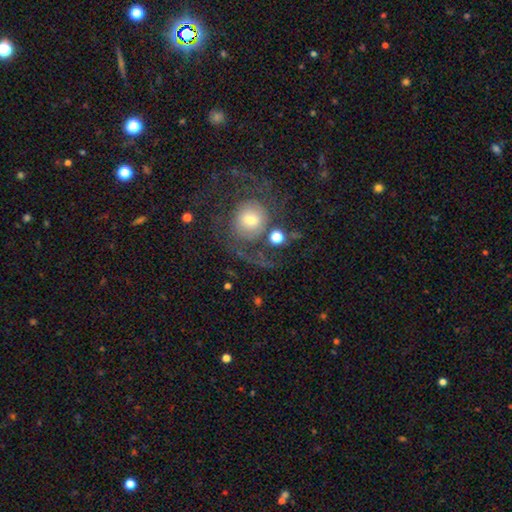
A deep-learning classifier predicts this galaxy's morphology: Overall: featured or disk (71%). Edge-on disk: no (98%). Bar: no (71%). Spiral arms: yes (89%). Spiral arm count: 2 (81%). Spiral winding: medium (49%; tight 27%). Bulge size: moderate (54%; small 21%). Merging: none (63%).